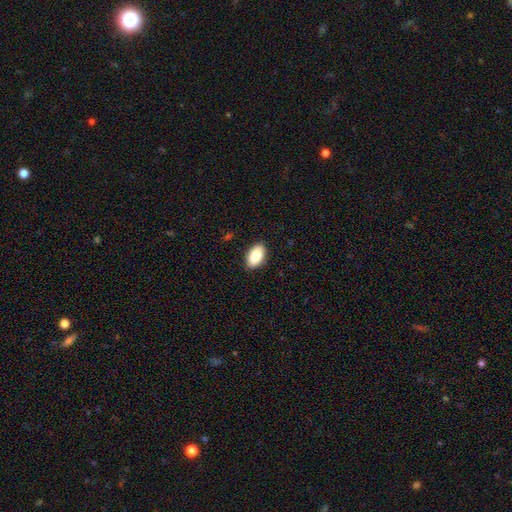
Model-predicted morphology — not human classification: Smooth or featured?
  - smooth: 89% *
  - star or artifact: 6%
  - featured or disk: 5%
How rounded?
  - in between: 94% *
  - round: 4%
  - cigar-shaped: 2%
Merging?
  - none: 88% *
  - minor disturbance: 9%
  - major disturbance: 2%
  - merger: 1%